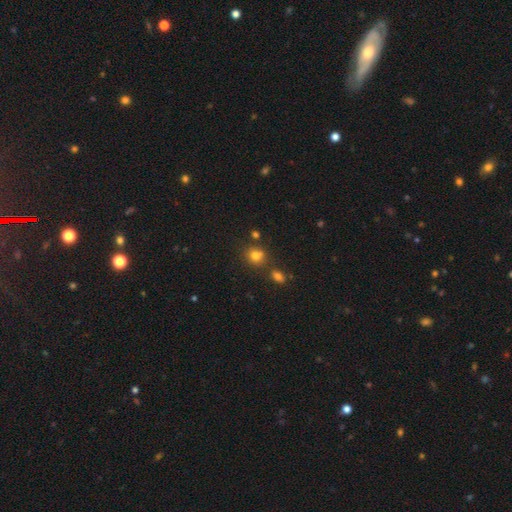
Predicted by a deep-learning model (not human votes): This appears to be a smooth galaxy with no disk features (76%) that is round (78%). Merging: none (69%).